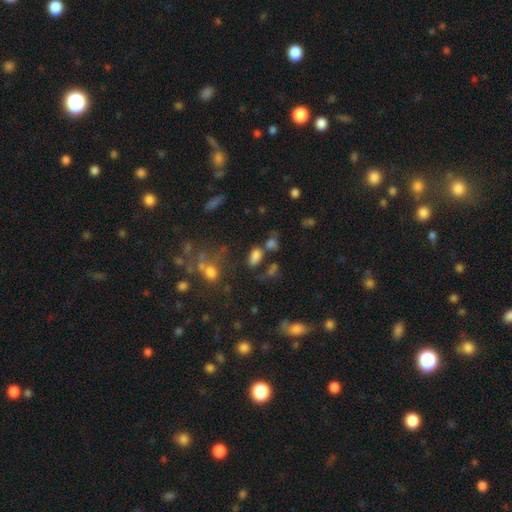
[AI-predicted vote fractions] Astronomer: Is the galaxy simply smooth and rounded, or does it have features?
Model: smooth — 76%.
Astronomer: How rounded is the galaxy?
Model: in between — 84%.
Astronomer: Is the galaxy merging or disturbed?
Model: none — 54%.